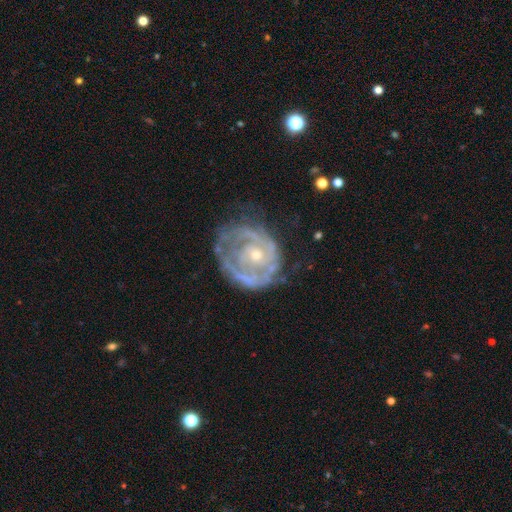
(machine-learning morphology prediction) Smooth or featured?
  - featured or disk: 83% *
  - smooth: 11%
  - star or artifact: 6%
Edge-on disk?
  - no: 97% *
  - yes: 3%
Bar?
  - no: 77% *
  - weak: 19%
  - strong: 4%
Spiral arms?
  - yes: 84% *
  - no: 16%
Spiral winding?
  - tight: 66% *
  - medium: 26%
  - loose: 8%
Spiral arm count?
  - can't tell: 37% *
  - 2: 31%
  - 3: 13%
  - 1: 10%
  - 4: 5%
  - more than 4: 4%
Bulge size?
  - small: 60% *
  - moderate: 36%
  - none: 2%
  - large: 1%
  - dominant: 1%
Merging?
  - none: 53% *
  - minor disturbance: 25%
  - major disturbance: 20%
  - merger: 2%